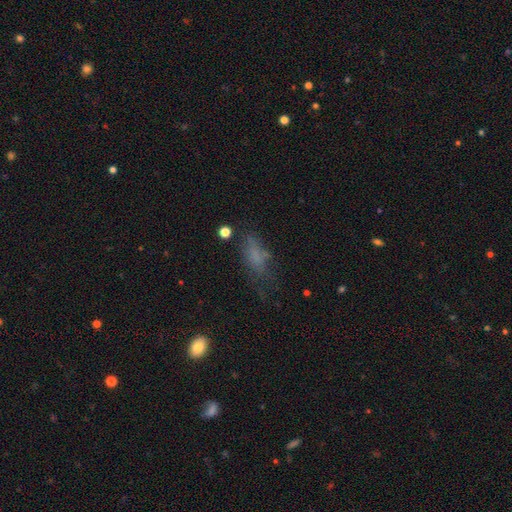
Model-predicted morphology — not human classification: The model was most divided on "merging": none: 47%, minor disturbance: 25%, major disturbance: 23%, merger: 5%. More confident: how rounded — in between (72%); smooth or featured — smooth (60%).